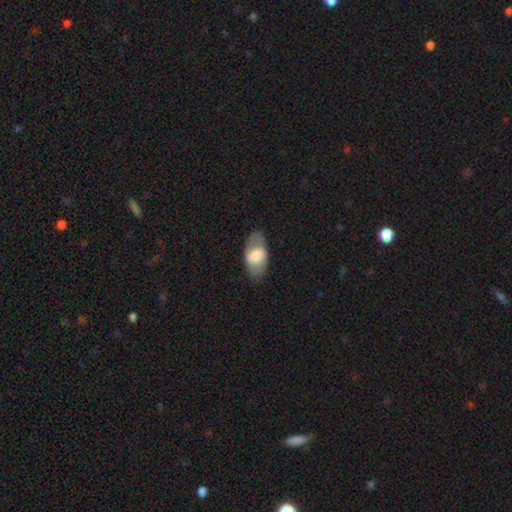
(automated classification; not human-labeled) Smooth or featured? Predicted: smooth (p=0.60). How rounded? Predicted: in between (p=0.92). Merging? Predicted: none (p=0.76).